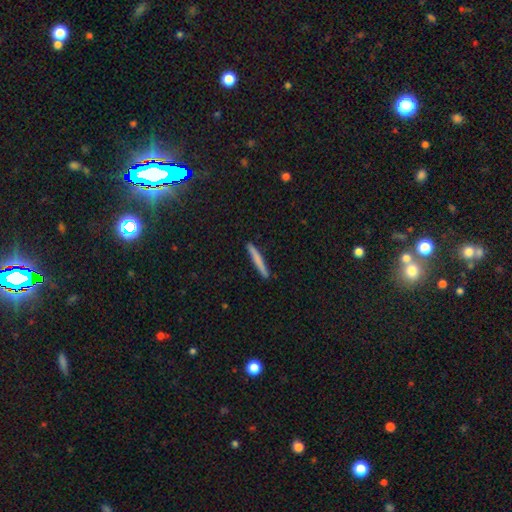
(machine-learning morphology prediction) Smooth or featured: smooth — 71% (featured or disk — 22%)
How rounded: cigar-shaped — 96% (in between — 2%)
Merging: none — 91% (minor disturbance — 7%)